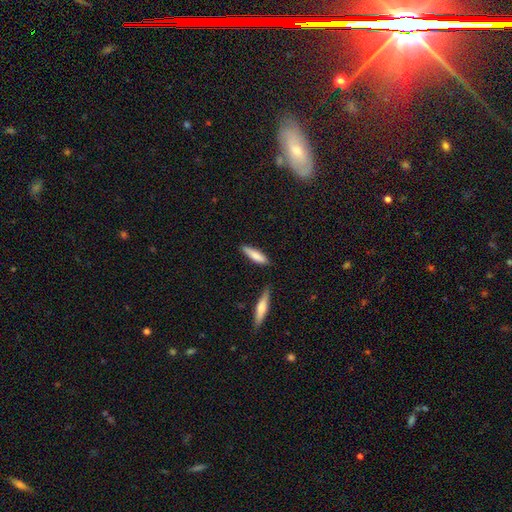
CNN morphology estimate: The model was most divided on "how rounded": cigar-shaped: 71%, in between: 28%, round: 1%. More confident: merging — none (79%); smooth or featured — smooth (78%).